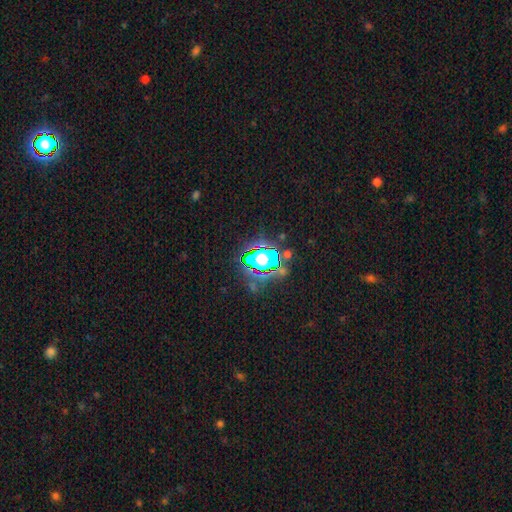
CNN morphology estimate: A star or artifact, not a galaxy (65%).

Vote fractions:
- Smooth or featured? star or artifact: 65% / smooth: 21% / featured or disk: 14%